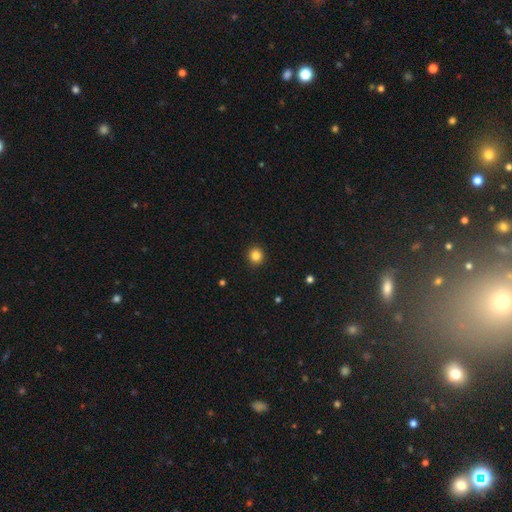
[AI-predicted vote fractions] A smooth galaxy with no disk features (85%) that is round (90%).

Vote fractions:
- Smooth or featured? smooth: 85% / star or artifact: 11% / featured or disk: 4%
- How rounded? round: 90% / in between: 9% / cigar-shaped: 1%
- Merging? none: 92% / minor disturbance: 5% / major disturbance: 2% / merger: 1%